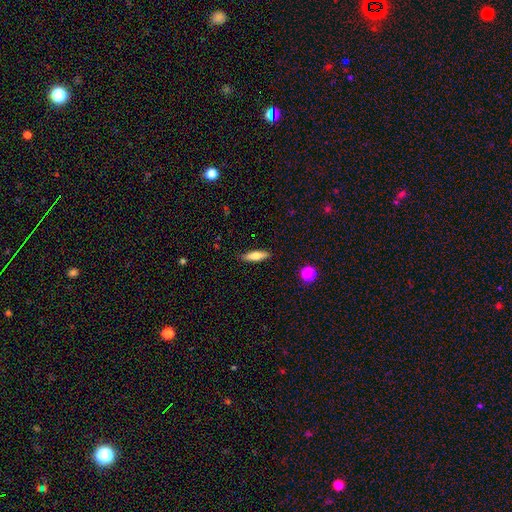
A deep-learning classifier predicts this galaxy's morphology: This appears to be a smooth galaxy with no disk features (68%) that is cigar-shaped (61%). Merging: none (87%).